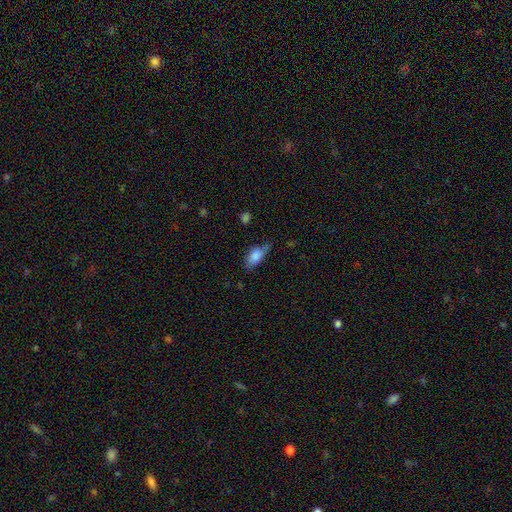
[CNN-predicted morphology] smooth_or_featured: smooth (p=0.82) [alt: featured or disk p=0.11]
how_rounded: in between (p=0.87) [alt: cigar-shaped p=0.09]
merging: none (p=0.48) [alt: minor disturbance p=0.39]